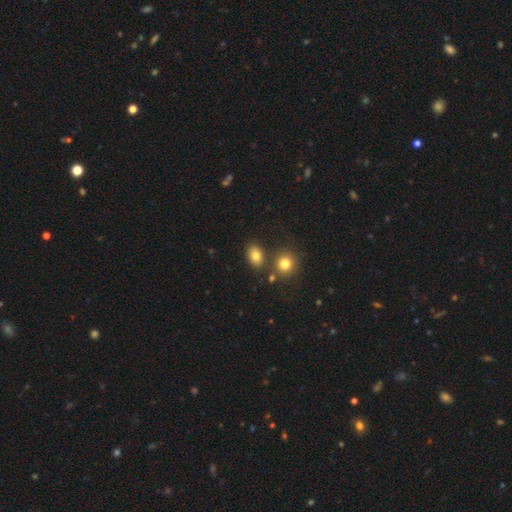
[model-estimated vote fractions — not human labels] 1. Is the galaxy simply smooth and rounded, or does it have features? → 81% smooth, 11% star or artifact, 7% featured or disk.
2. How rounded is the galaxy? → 70% in between, 29% round, 1% cigar-shaped.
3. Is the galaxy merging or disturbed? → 75% none, 12% merger, 10% minor disturbance, 3% major disturbance.